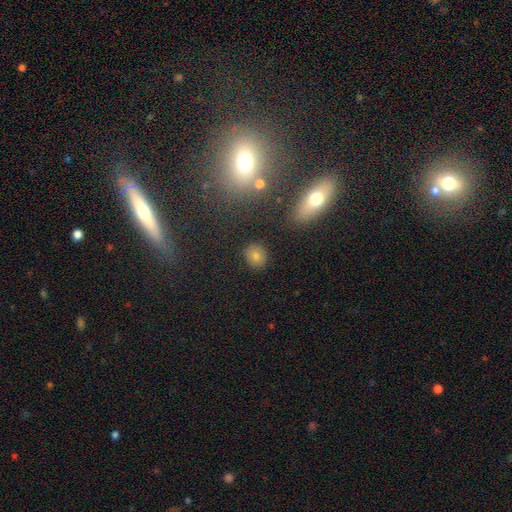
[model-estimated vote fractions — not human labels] smooth 77%, star or artifact 14%, featured or disk 9%. Down the decision tree: how rounded — round (65%); merging — none (87%).